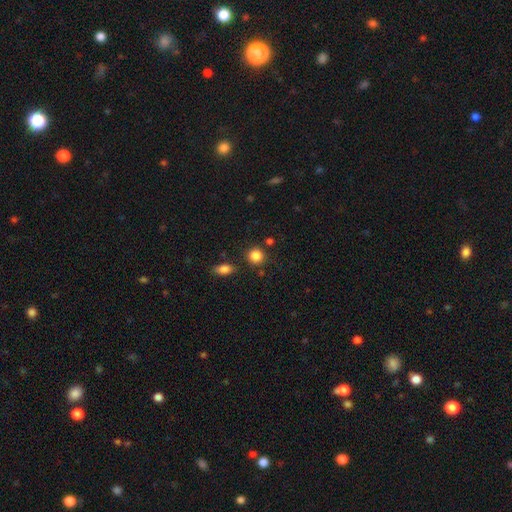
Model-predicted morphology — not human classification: This is clearly a smooth galaxy (86%). How rounded: clearly round (87%). Merging: clearly none (83%).